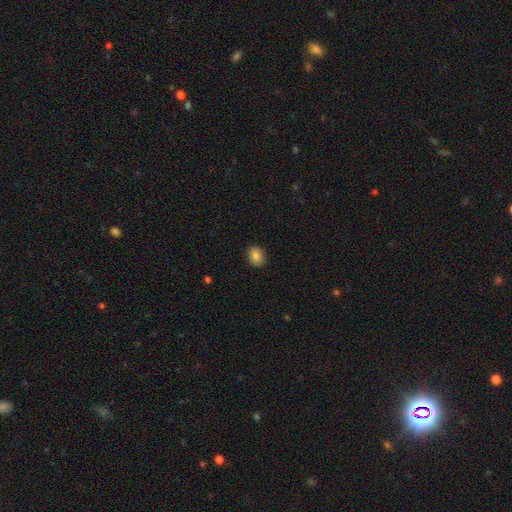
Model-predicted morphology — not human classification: Overall: smooth (83%). How rounded: in between (51%; round 48%). Merging: none (90%).